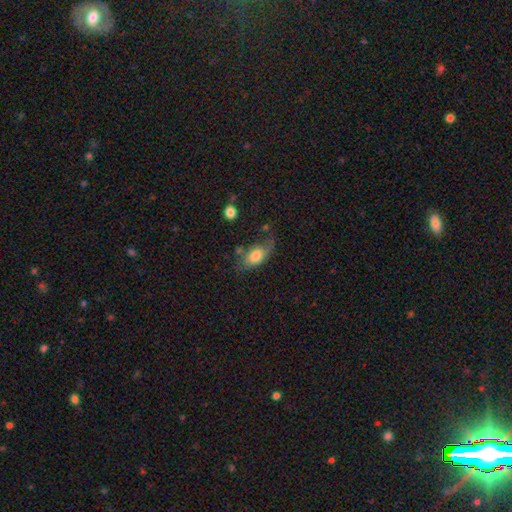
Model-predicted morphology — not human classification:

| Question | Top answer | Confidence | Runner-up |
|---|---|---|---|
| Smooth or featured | smooth | 67% | featured or disk (26%) |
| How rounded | in between | 88% | round (7%) |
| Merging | none | 45% | minor disturbance (29%) |